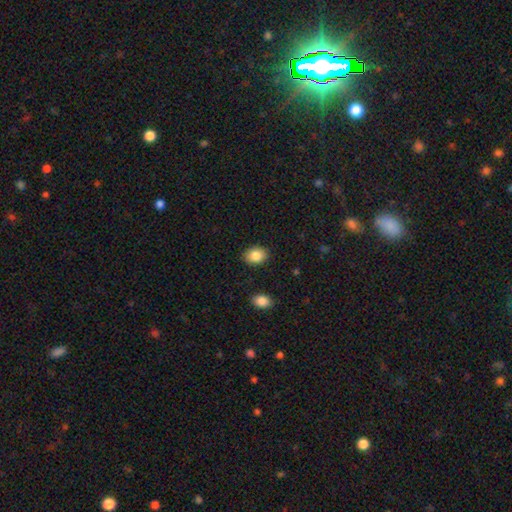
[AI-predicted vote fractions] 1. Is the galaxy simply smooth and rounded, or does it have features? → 85% smooth, 8% star or artifact, 7% featured or disk.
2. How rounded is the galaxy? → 68% in between, 31% round, 1% cigar-shaped.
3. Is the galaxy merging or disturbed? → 88% none, 8% minor disturbance, 2% major disturbance, 1% merger.